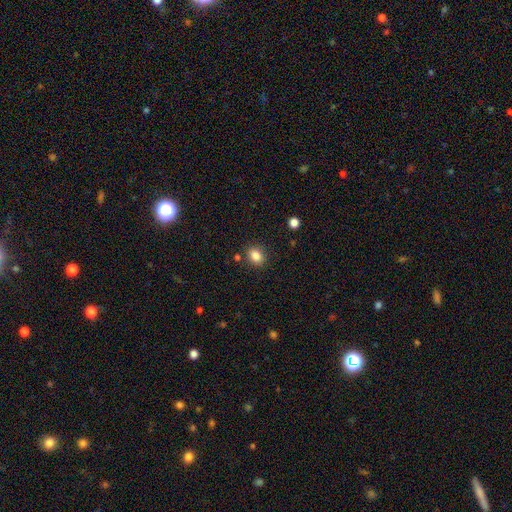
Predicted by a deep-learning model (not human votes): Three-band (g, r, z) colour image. It shows a smooth galaxy with no disk features (84%) that is round (50%). Merging: none (84%).